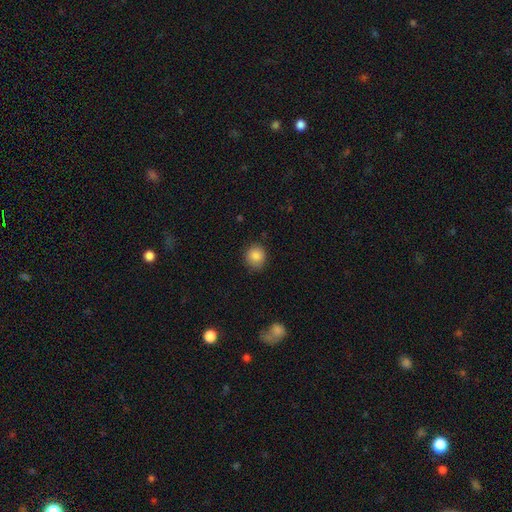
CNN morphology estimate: A smooth galaxy with no disk features (86%) that is round (84%). Merging: none (83%).